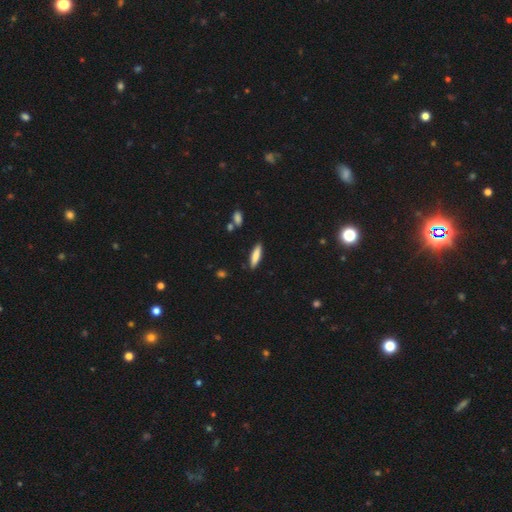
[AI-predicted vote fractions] This appears to be a smooth galaxy with no disk features (80%) that is cigar-shaped (68%). Merging: none (87%).